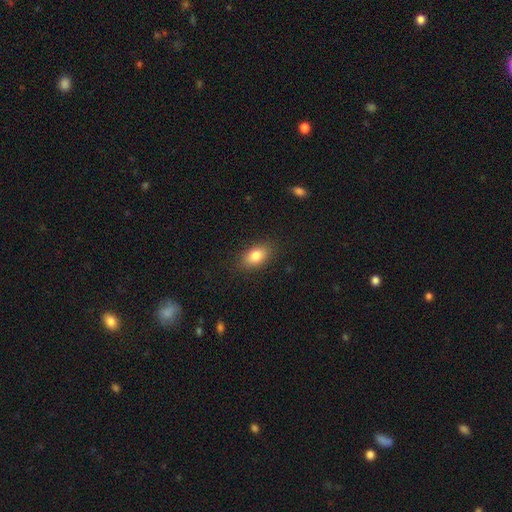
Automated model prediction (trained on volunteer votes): Smooth or featured? smooth (82%)
How rounded? in between (88%)
Merging? none (87%)